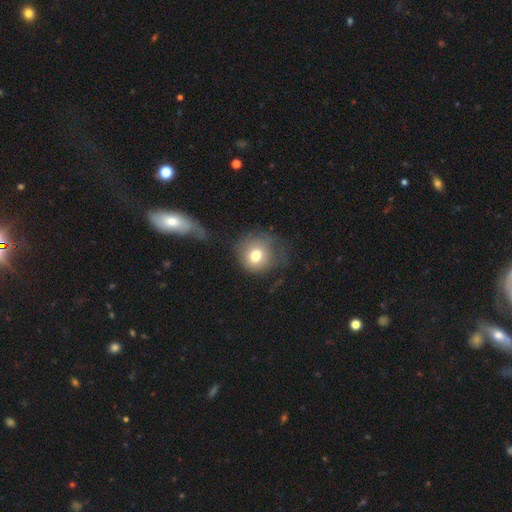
Q: Smooth or featured?
A: smooth (74%); runner-up: featured or disk (21%)
Q: How rounded?
A: round (86%); runner-up: in between (14%)
Q: Merging?
A: none (49%); runner-up: minor disturbance (27%)